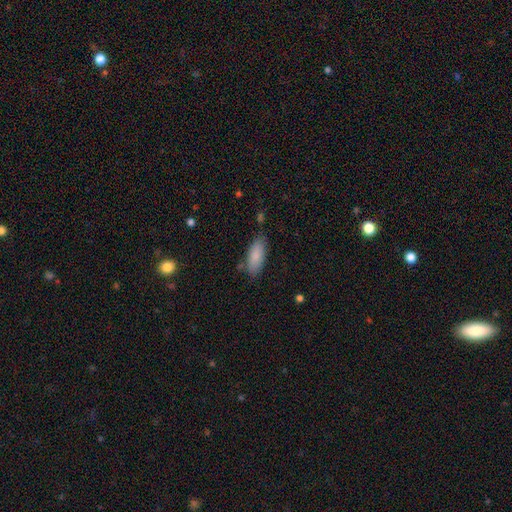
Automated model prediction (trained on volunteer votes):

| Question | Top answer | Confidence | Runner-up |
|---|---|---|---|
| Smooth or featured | smooth | 86% | featured or disk (8%) |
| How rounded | in between | 76% | cigar-shaped (22%) |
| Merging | none | 77% | minor disturbance (16%) |